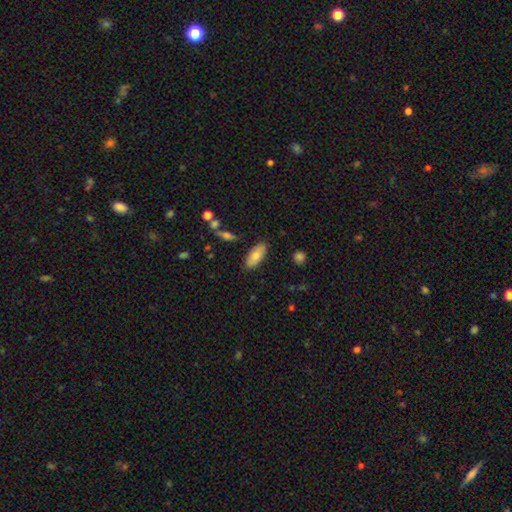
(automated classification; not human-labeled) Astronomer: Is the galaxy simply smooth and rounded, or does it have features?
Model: smooth — 78%.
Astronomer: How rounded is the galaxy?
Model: in between — 84%.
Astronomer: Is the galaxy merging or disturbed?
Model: none — 84%.